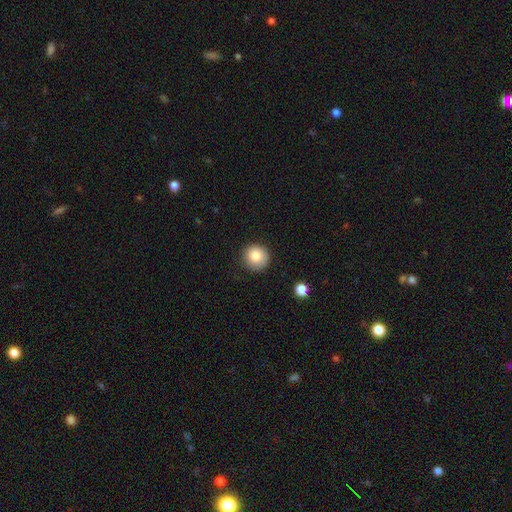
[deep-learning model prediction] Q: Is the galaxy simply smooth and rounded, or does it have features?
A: smooth — 85%.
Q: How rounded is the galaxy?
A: round — 92%.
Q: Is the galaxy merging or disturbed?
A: none — 84%.